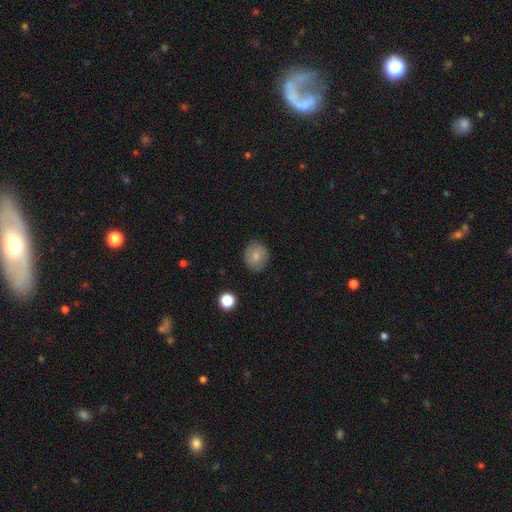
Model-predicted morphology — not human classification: smooth_or_featured: smooth (p=0.73) [alt: featured or disk p=0.18]
how_rounded: round (p=0.75) [alt: in between p=0.24]
merging: none (p=0.85) [alt: minor disturbance p=0.11]